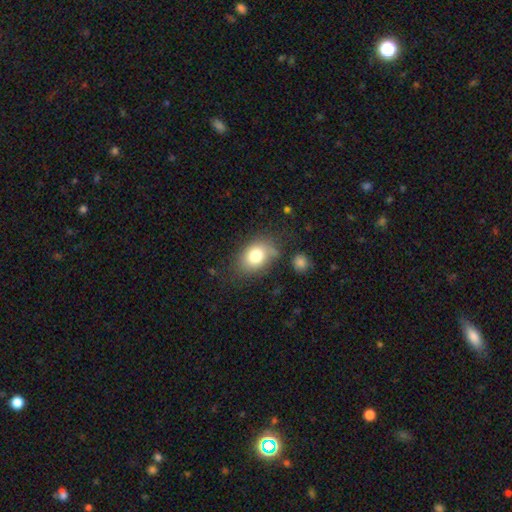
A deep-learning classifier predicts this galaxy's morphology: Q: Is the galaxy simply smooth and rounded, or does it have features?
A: smooth — 78%.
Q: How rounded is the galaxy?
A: in between — 70%.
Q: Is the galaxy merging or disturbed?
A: none — 64%.